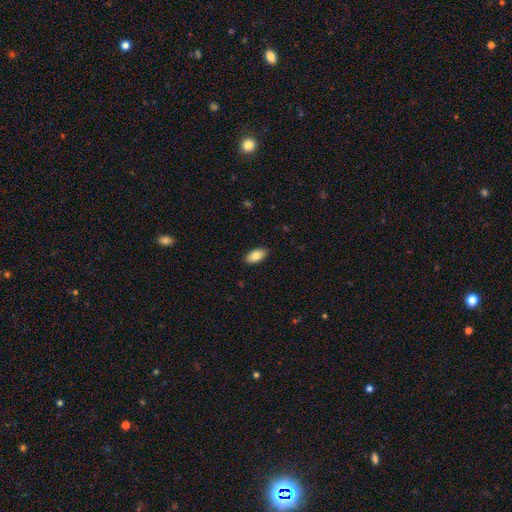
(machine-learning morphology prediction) Q: Smooth or featured?
A: smooth (83%); runner-up: featured or disk (10%)
Q: How rounded?
A: in between (93%); runner-up: cigar-shaped (4%)
Q: Merging?
A: none (89%); runner-up: minor disturbance (8%)